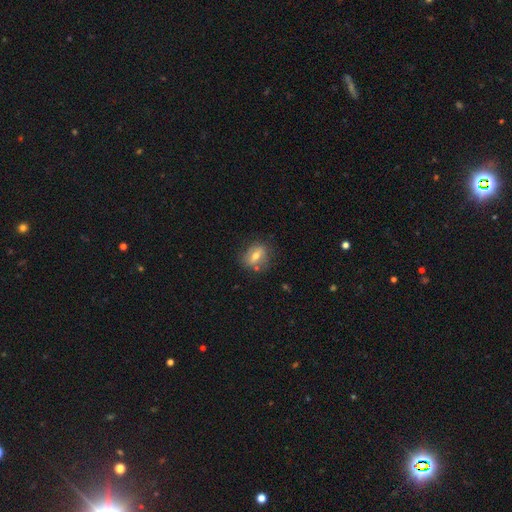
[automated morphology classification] smooth 54%, featured or disk 37%, star or artifact 9%. Down the decision tree: how rounded — in between (61%); merging — none (74%).